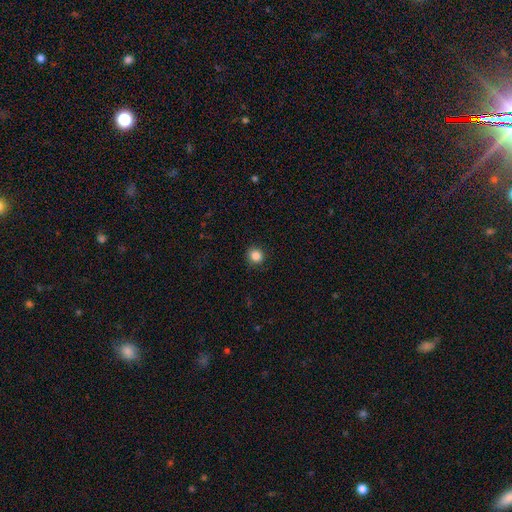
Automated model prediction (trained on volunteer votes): A smooth galaxy with no disk features (85%) that is round (89%). Merging: none (89%).